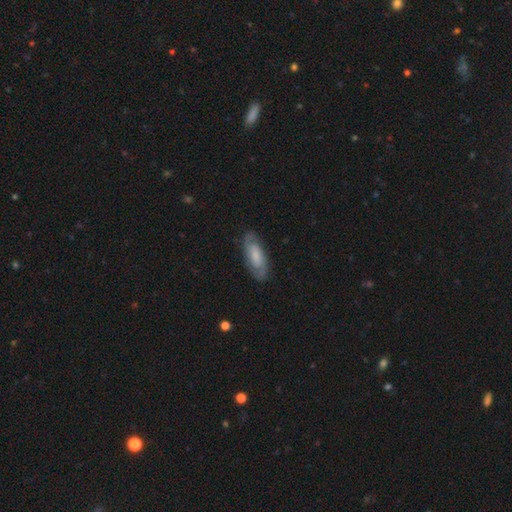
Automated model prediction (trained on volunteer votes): The model was most divided on "smooth or featured": featured or disk: 54%, smooth: 39%, star or artifact: 7%. More confident: edge-on disk — no (87%); merging — none (82%).